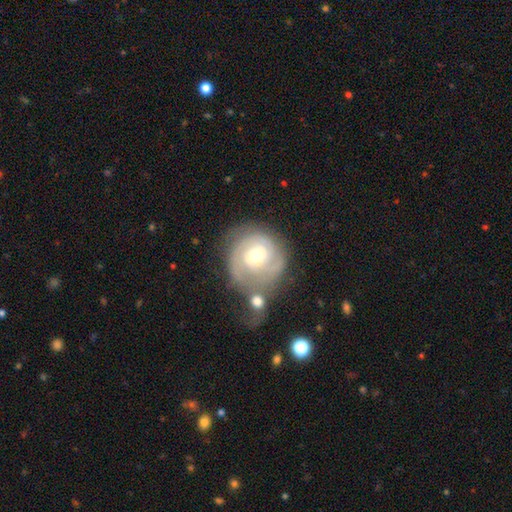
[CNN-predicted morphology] Q: Smooth or featured?
A: featured or disk (72%); runner-up: smooth (22%)
Q: Edge-on disk?
A: no (97%); runner-up: yes (3%)
Q: Bar?
A: no (68%); runner-up: weak (27%)
Q: Spiral arms?
A: yes (86%); runner-up: no (14%)
Q: Spiral winding?
A: tight (65%); runner-up: medium (26%)
Q: Spiral arm count?
A: 2 (37%); runner-up: can't tell (32%)
Q: Bulge size?
A: moderate (72%); runner-up: small (18%)
Q: Merging?
A: none (38%); runner-up: merger (34%)